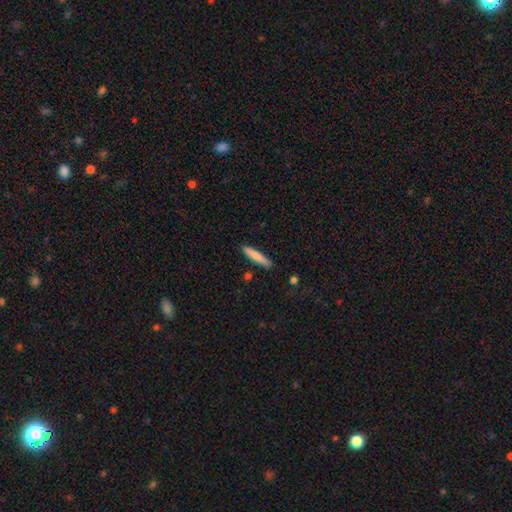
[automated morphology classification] This appears to be a smooth galaxy with no disk features (80%) that is cigar-shaped (91%). Merging: none (88%).